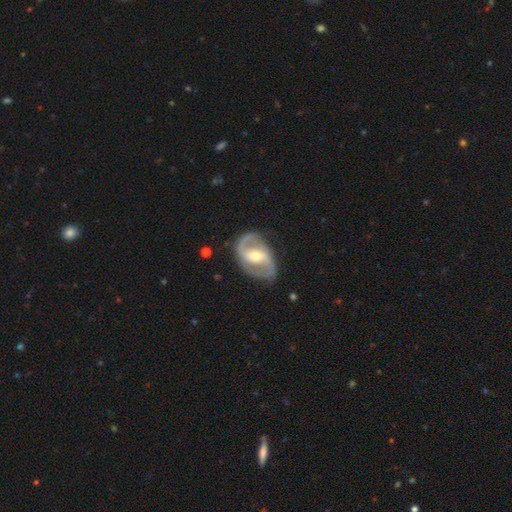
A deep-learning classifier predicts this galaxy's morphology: A featured or disk galaxy (89%) with a weak bar (42%), 2 (92%) medium (54%) spiral arms (95%) and a moderate central bulge (61%).

Vote fractions:
- Smooth or featured? featured or disk: 89% / smooth: 7% / star or artifact: 4%
- Edge-on disk? no: 97% / yes: 3%
- Bar? weak: 42% / strong: 35% / no: 23%
- Spiral arms? yes: 95% / no: 5%
- Spiral winding? medium: 54% / loose: 24% / tight: 23%
- Spiral arm count? 2: 92% / can't tell: 3% / 1: 2% / 3: 1% / 4: 1% / more than 4: 1%
- Bulge size? moderate: 61% / small: 35% / large: 3% / none: 1% / dominant: 1%
- Merging? none: 81% / minor disturbance: 13% / major disturbance: 5% / merger: 1%